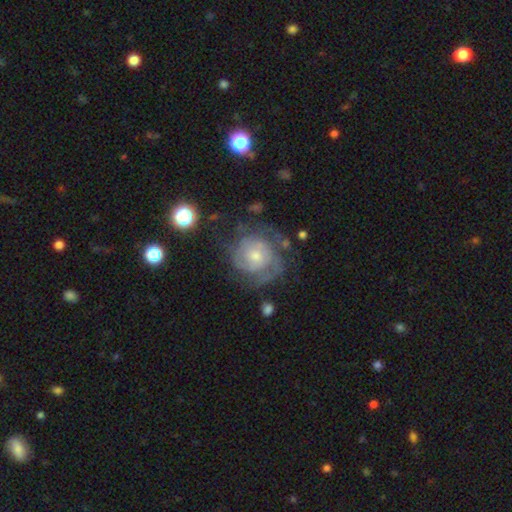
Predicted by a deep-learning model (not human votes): A featured or disk galaxy (75%) with no bar (74%), tight (63%) spiral arms (87%) and a small central bulge (53%). Merging: none (64%).